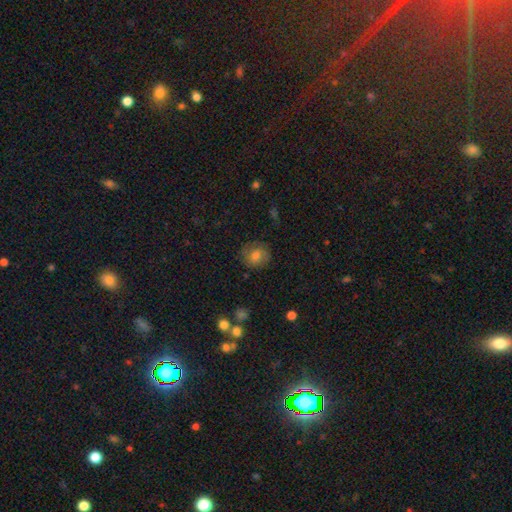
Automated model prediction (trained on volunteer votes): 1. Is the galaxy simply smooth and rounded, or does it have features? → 68% smooth, 20% featured or disk, 11% star or artifact.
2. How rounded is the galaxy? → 82% round, 17% in between, 1% cigar-shaped.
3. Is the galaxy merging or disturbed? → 81% none, 13% minor disturbance, 4% major disturbance, 1% merger.